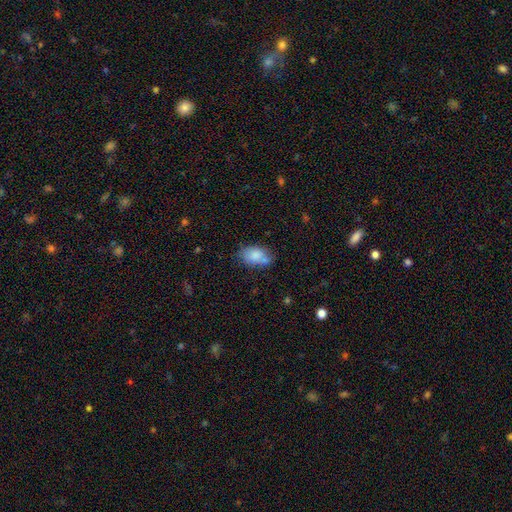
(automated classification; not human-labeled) A smooth galaxy with no disk features (80%) that is in between round and cigar-shaped (88%). Merging: none (56%).